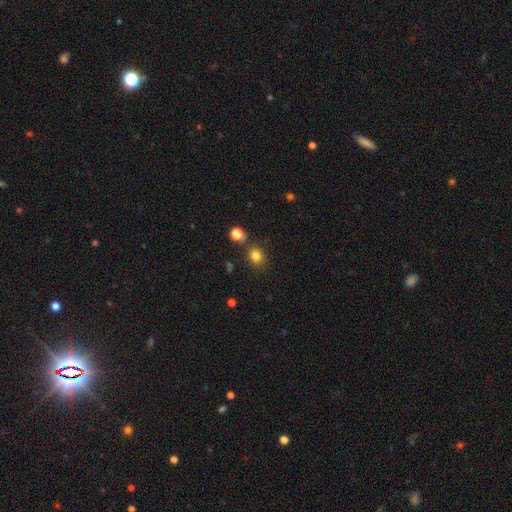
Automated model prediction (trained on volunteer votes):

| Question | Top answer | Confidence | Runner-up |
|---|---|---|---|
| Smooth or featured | smooth | 81% | star or artifact (13%) |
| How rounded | round | 64% | in between (35%) |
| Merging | none | 77% | minor disturbance (11%) |